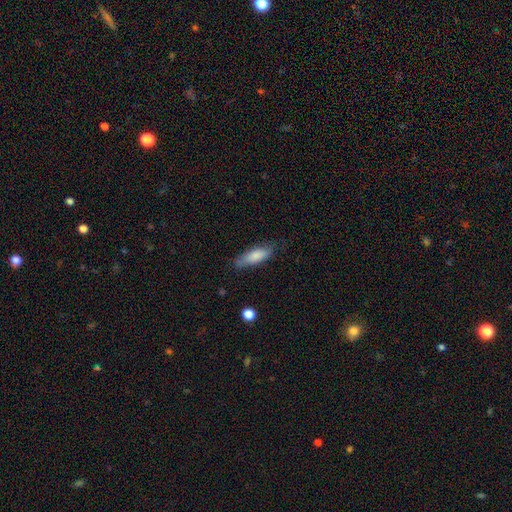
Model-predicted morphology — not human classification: type=smooth (80%); roundness=in between (55%); merging=none (68%).